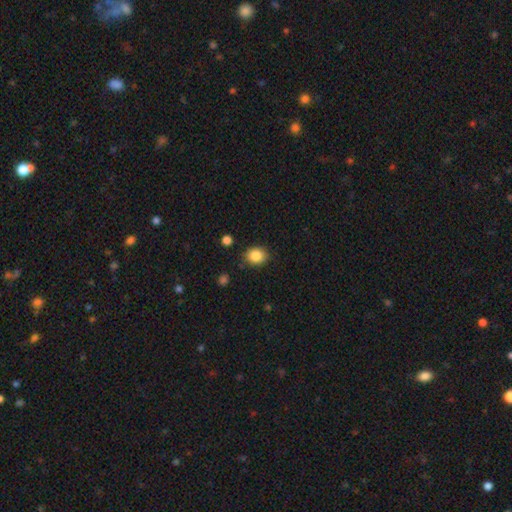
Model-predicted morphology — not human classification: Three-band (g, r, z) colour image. It shows a smooth galaxy with no disk features (86%) that is round (58%). Merging: none (82%).